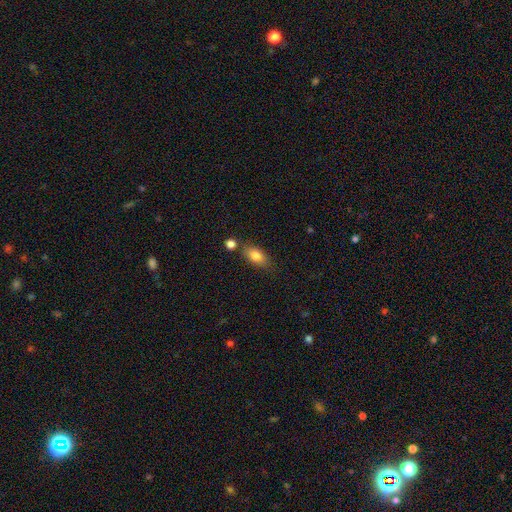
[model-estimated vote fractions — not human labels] Smooth or featured? Predicted: smooth (p=0.81). How rounded? Predicted: in between (p=0.84). Merging? Predicted: none (p=0.72).